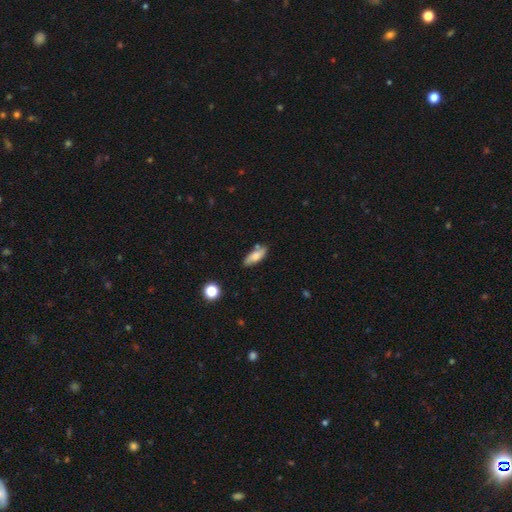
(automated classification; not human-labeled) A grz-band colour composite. It shows a smooth galaxy with no disk features (68%) that is in between round and cigar-shaped (66%). Merging: none (75%).